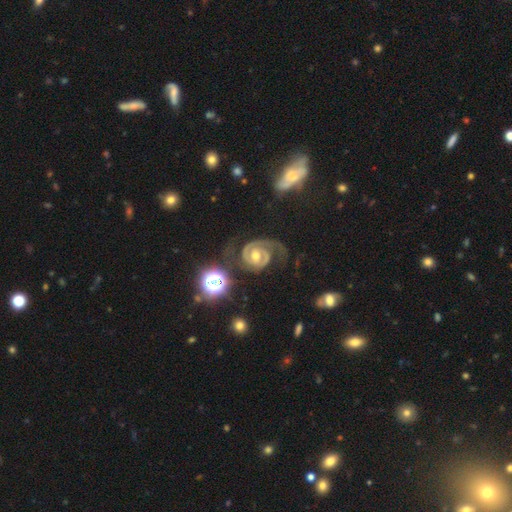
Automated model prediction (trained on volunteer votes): This appears to be a featured or disk galaxy (88%) with no bar (59%), 2 (67%) tight (49%) spiral arms (96%) and a moderate central bulge (73%). Merging: none (50%).